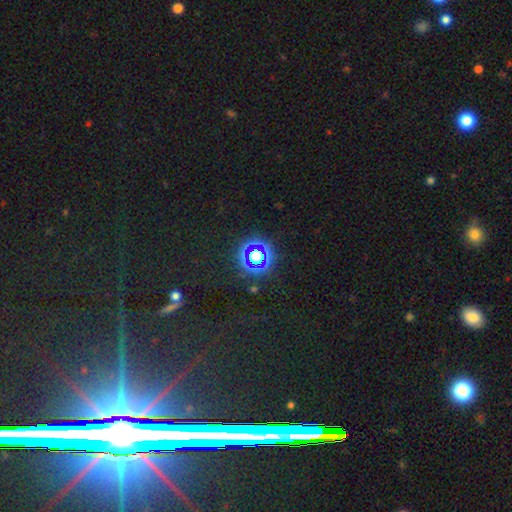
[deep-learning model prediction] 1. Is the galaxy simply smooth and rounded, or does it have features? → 67% star or artifact, 23% smooth, 10% featured or disk.